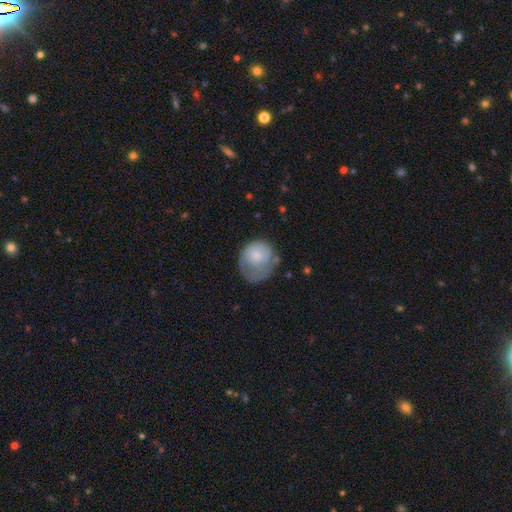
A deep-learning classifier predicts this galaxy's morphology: This is possibly a smooth galaxy (52%). How rounded: likely round (64%). Merging: marginally none (39%).